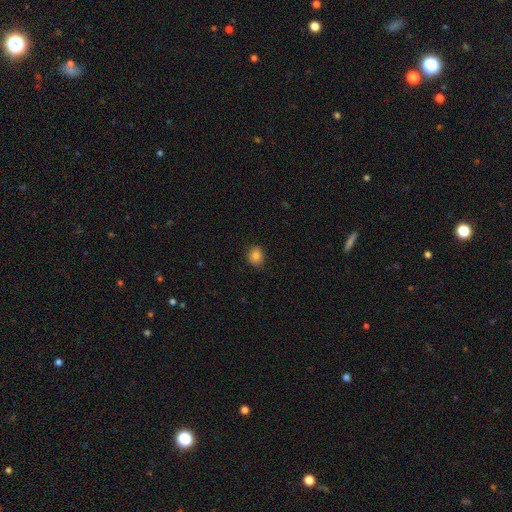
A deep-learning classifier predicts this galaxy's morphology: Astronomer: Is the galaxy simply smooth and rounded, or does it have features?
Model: smooth — 82%.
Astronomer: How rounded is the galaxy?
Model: round — 66%.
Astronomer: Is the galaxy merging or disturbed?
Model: none — 84%.